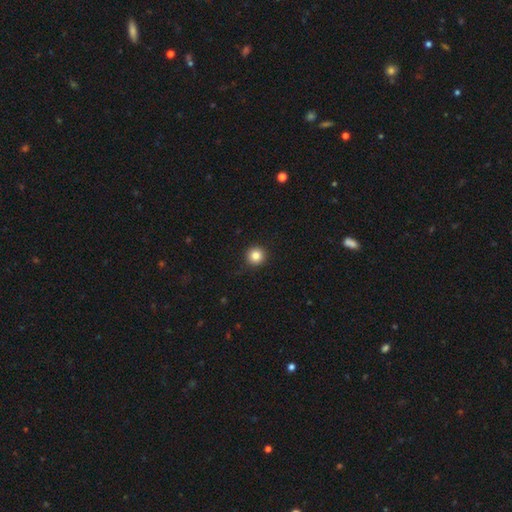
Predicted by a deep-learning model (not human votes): This appears to be a smooth galaxy with no disk features (84%) that is round (96%). Merging: none (91%).